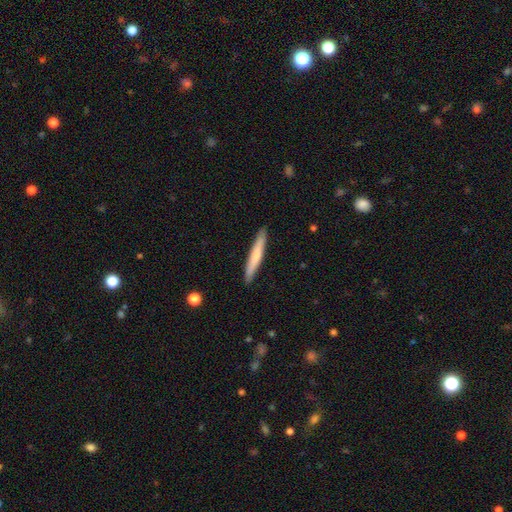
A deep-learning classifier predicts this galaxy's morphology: This is likely a smooth galaxy (68%). How rounded: clearly cigar-shaped (95%). Merging: clearly none (90%).